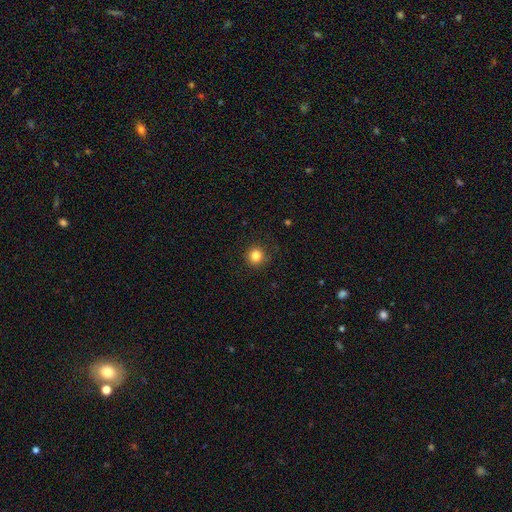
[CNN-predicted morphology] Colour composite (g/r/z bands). It shows a smooth galaxy with no disk features (83%) that is round (94%). Merging: none (88%).